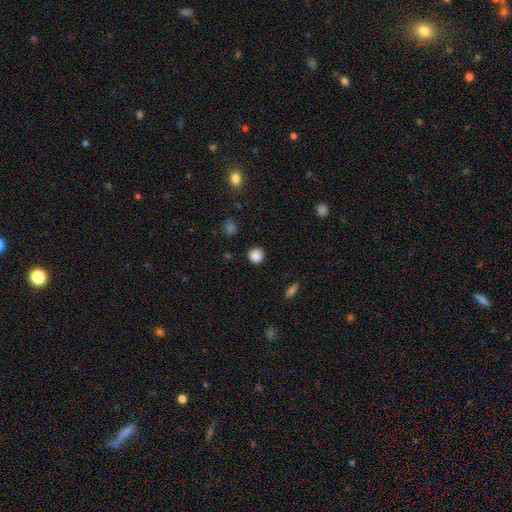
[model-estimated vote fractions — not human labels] A smooth galaxy with no disk features (86%) that is round (93%).

Vote fractions:
- Smooth or featured? smooth: 86% / star or artifact: 11% / featured or disk: 3%
- How rounded? round: 93% / in between: 6% / cigar-shaped: 1%
- Merging? none: 90% / minor disturbance: 6% / major disturbance: 2% / merger: 1%